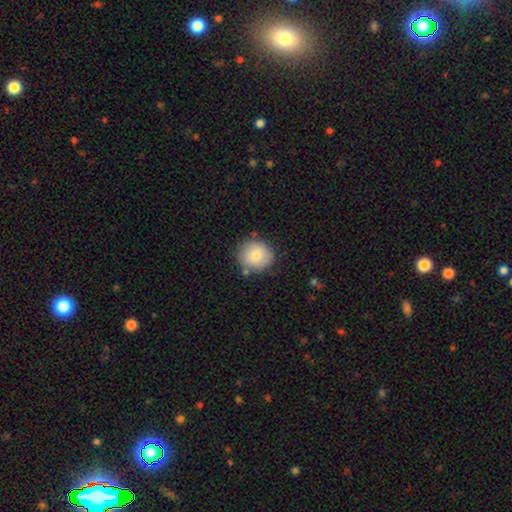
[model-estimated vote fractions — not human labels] Morphology: type=smooth (80%); roundness=round (87%); merging=none (80%).